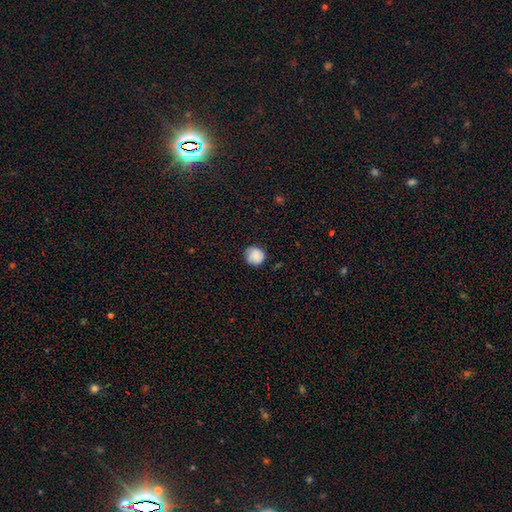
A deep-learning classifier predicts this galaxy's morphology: smooth_or_featured: smooth (p=0.86) [alt: star or artifact p=0.08]
how_rounded: round (p=0.93) [alt: in between p=0.06]
merging: none (p=0.85) [alt: minor disturbance p=0.12]